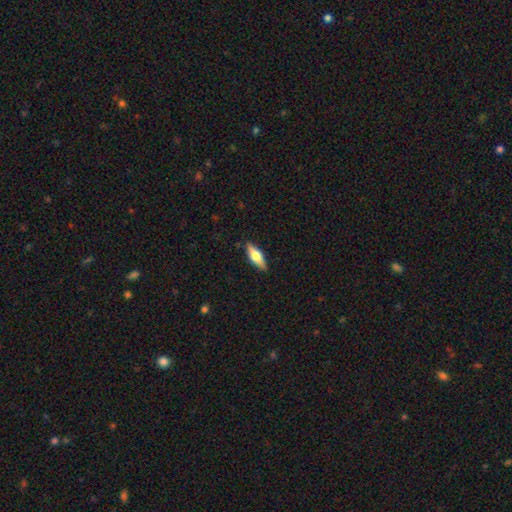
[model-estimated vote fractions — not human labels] A smooth galaxy with no disk features (52%) that is in between round and cigar-shaped (59%). Merging: none (88%).